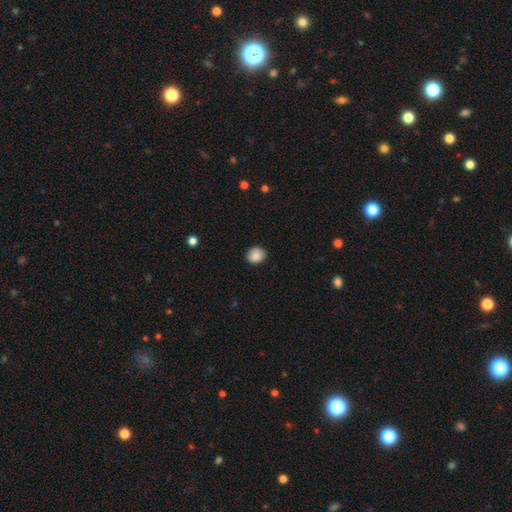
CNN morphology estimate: This appears to be a smooth galaxy with no disk features (88%) that is round (78%). Merging: none (87%).